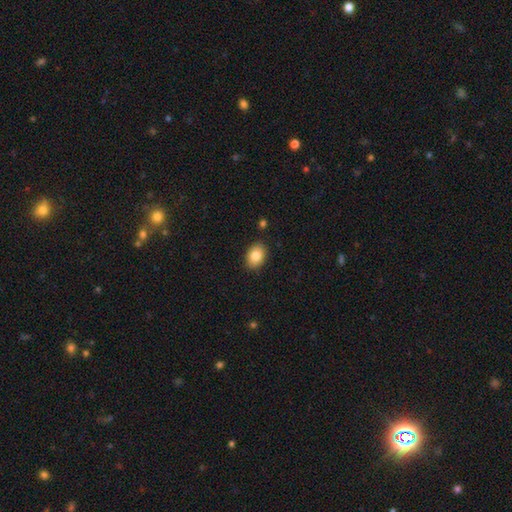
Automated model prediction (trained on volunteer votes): The model was most divided on "how rounded": in between: 77%, round: 22%, cigar-shaped: 1%. More confident: merging — none (88%); smooth or featured — smooth (84%).